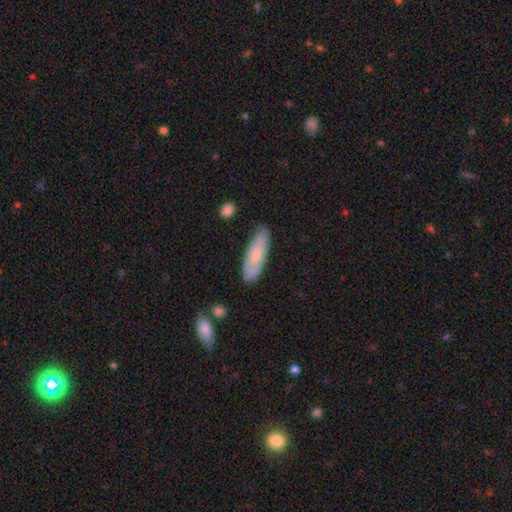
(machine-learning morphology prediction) This is likely a smooth galaxy (68%). How rounded: possibly in between (59%). Merging: clearly none (81%).